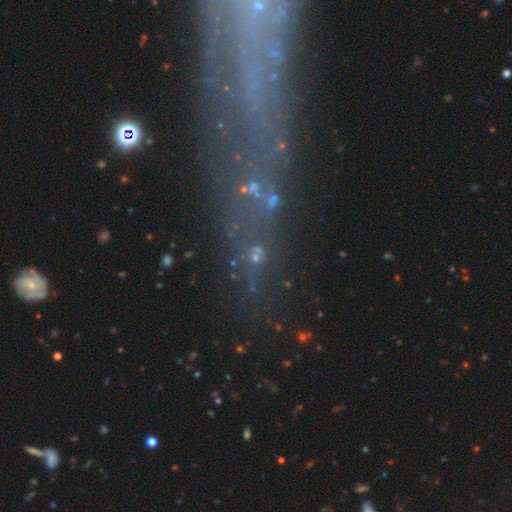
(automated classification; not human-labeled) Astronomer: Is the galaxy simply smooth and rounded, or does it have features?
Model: star or artifact — 49% (runner-up: featured or disk, 26%).